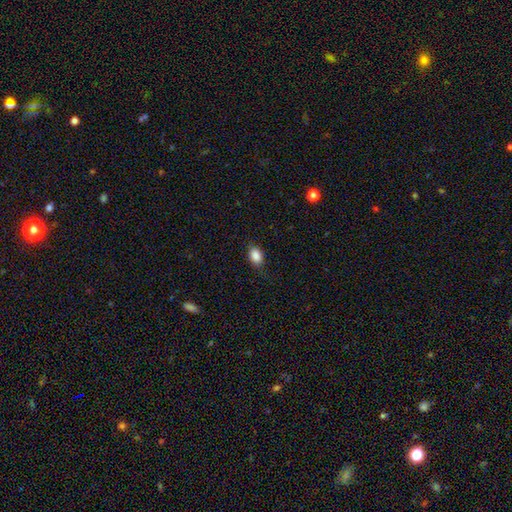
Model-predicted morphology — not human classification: Q: Smooth or featured?
A: smooth (87%); runner-up: star or artifact (8%)
Q: How rounded?
A: in between (80%); runner-up: round (19%)
Q: Merging?
A: none (79%); runner-up: minor disturbance (16%)